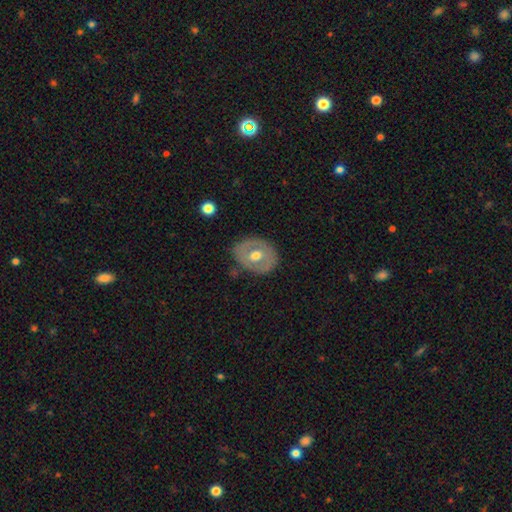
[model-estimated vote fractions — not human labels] Smooth or featured: featured or disk — 51% (smooth — 43%)
Edge-on disk: no — 94% (yes — 6%)
Merging: none — 78% (minor disturbance — 16%)